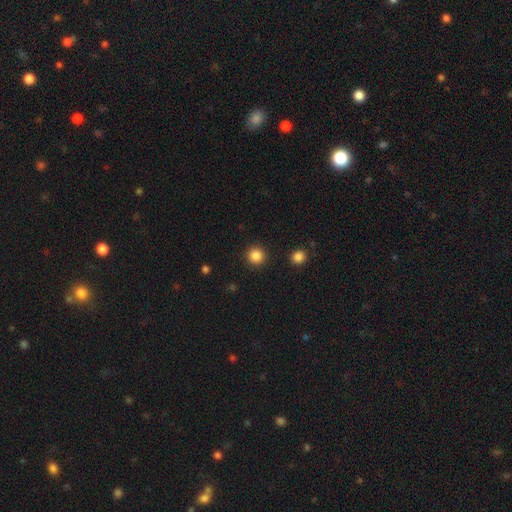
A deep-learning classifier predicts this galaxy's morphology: Smooth or featured?
  - smooth: 86% *
  - star or artifact: 11%
  - featured or disk: 3%
How rounded?
  - round: 94% *
  - in between: 5%
  - cigar-shaped: 1%
Merging?
  - none: 91% *
  - minor disturbance: 5%
  - major disturbance: 2%
  - merger: 2%